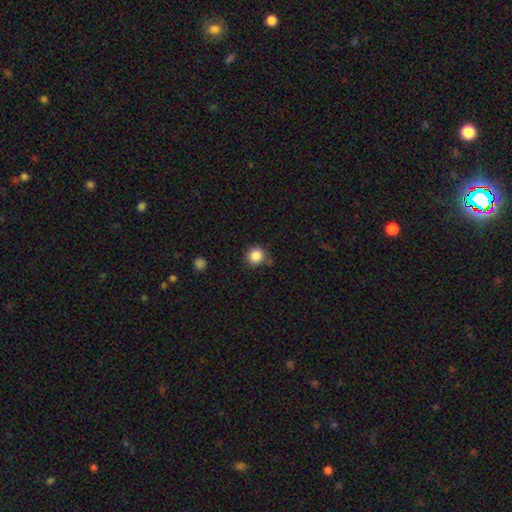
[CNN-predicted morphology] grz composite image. It shows a smooth galaxy with no disk features (86%) that is round (92%). Merging: none (80%).